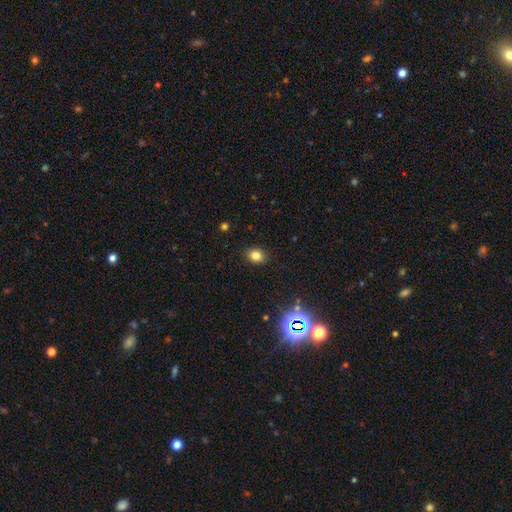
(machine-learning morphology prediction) Smooth or featured? Predicted: smooth (p=0.80). How rounded? Predicted: in between (p=0.51). Merging? Predicted: none (p=0.88).